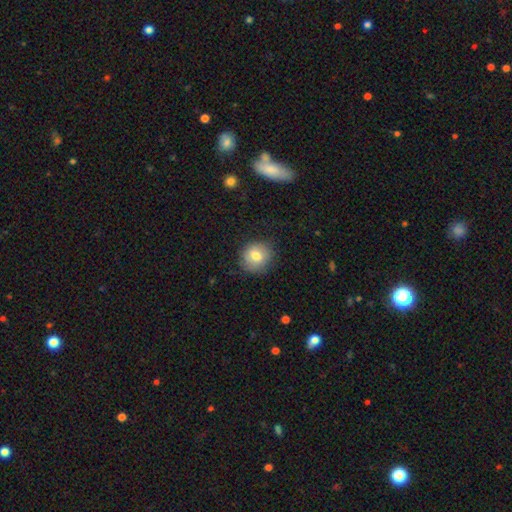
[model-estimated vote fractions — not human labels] Smooth or featured: smooth — 76% (featured or disk — 15%)
How rounded: round — 82% (in between — 17%)
Merging: none — 80% (minor disturbance — 15%)